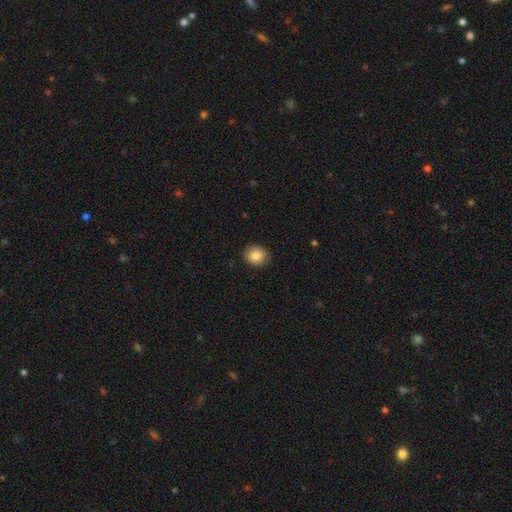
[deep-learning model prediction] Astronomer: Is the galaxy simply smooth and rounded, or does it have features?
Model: smooth — 86%.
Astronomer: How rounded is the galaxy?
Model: round — 63%.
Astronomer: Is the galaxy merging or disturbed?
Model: none — 87%.